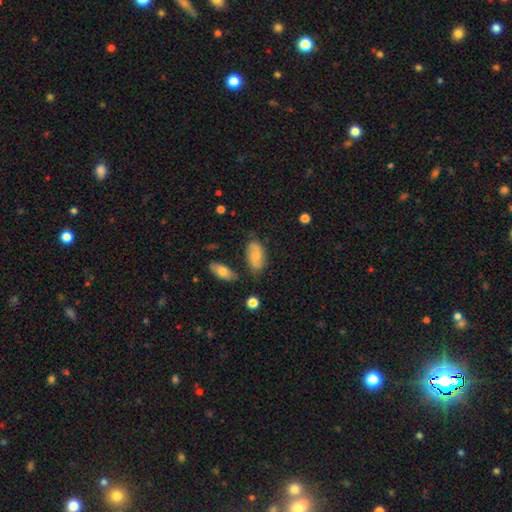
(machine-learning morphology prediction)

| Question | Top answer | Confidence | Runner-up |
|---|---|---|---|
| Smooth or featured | smooth | 68% | featured or disk (25%) |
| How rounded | in between | 92% | round (4%) |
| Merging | none | 67% | minor disturbance (21%) |